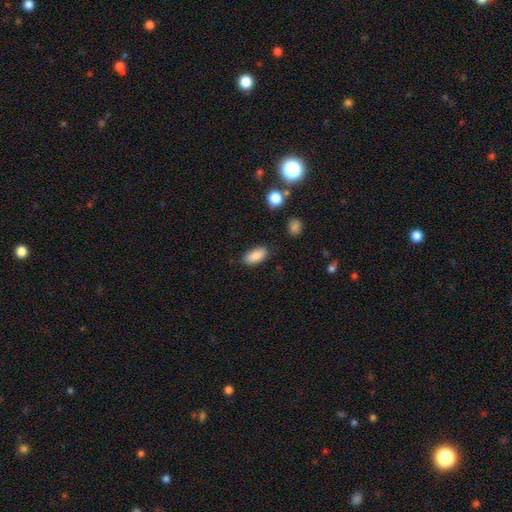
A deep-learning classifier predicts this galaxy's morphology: Smooth or featured: smooth — 87% (star or artifact — 7%)
How rounded: in between — 88% (cigar-shaped — 10%)
Merging: none — 84% (minor disturbance — 11%)